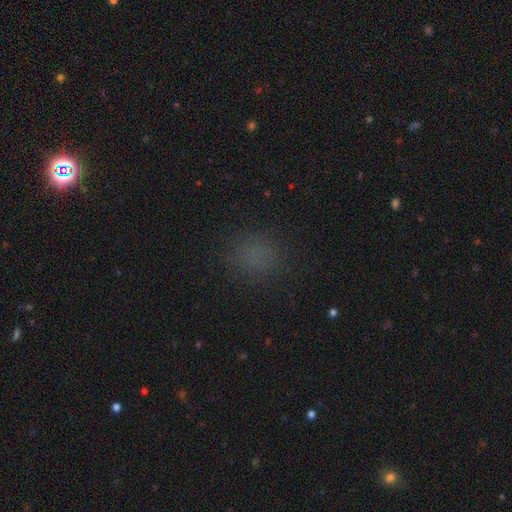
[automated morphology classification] Q: Smooth or featured?
A: smooth (71%); runner-up: star or artifact (23%)
Q: How rounded?
A: round (71%); runner-up: in between (27%)
Q: Merging?
A: none (85%); runner-up: minor disturbance (9%)